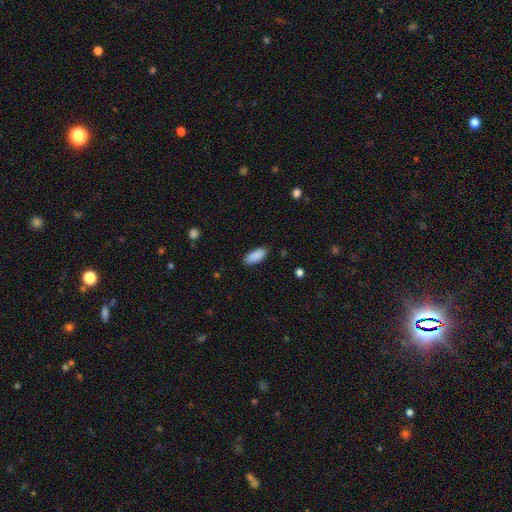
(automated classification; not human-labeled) Q: Smooth or featured?
A: smooth (90%); runner-up: star or artifact (6%)
Q: How rounded?
A: in between (85%); runner-up: cigar-shaped (13%)
Q: Merging?
A: none (86%); runner-up: minor disturbance (11%)